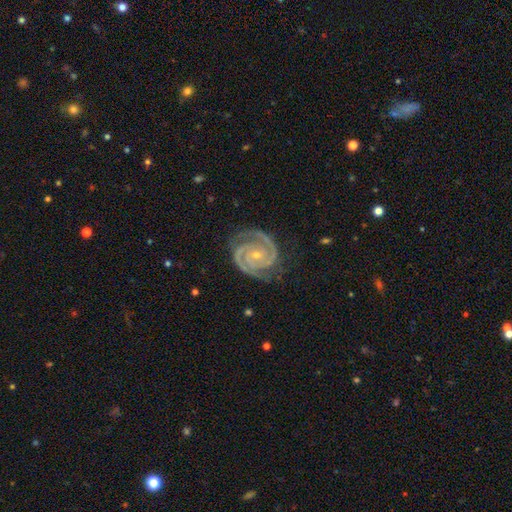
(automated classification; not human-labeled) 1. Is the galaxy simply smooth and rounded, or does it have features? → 94% featured or disk, 4% star or artifact, 2% smooth.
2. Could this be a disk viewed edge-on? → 98% no, 2% yes.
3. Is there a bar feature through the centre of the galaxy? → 72% no, 18% weak, 10% strong.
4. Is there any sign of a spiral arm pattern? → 99% yes, 1% no.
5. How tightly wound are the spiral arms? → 75% tight, 23% medium, 2% loose.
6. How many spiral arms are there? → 84% 2, 9% 3, 2% can't tell, 2% 4, 2% 1, 2% more than 4.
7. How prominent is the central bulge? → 74% small, 23% moderate, 1% none, 1% large, 1% dominant.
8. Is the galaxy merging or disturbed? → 81% none, 15% minor disturbance, 4% major disturbance, 1% merger.